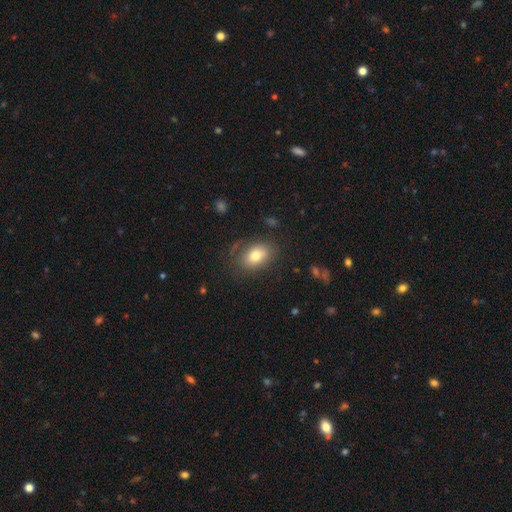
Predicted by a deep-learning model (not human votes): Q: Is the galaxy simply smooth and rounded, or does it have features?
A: smooth — 75%.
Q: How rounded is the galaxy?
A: in between — 79%.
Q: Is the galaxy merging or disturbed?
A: none — 75%.